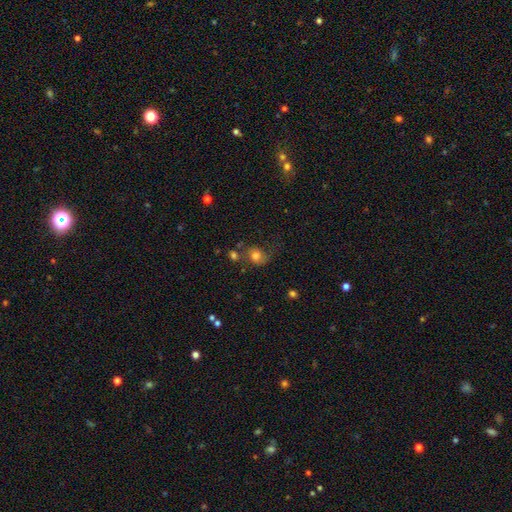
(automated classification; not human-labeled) Overall: smooth (71%). How rounded: round (67%; in between 32%). Merging: none (51%; minor disturbance 21%).